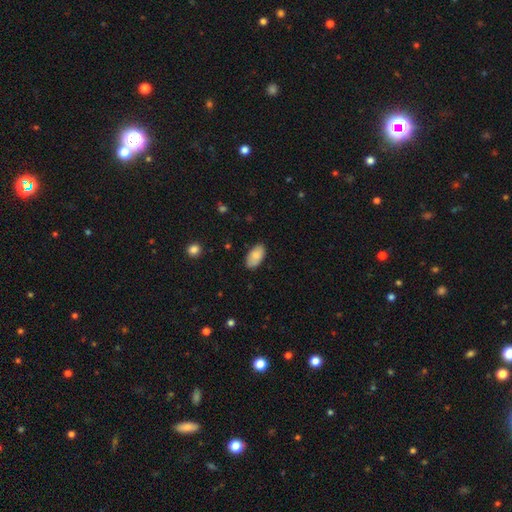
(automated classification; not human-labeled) Smooth or featured?
  - smooth: 83% *
  - featured or disk: 11%
  - star or artifact: 7%
How rounded?
  - in between: 95% *
  - round: 3%
  - cigar-shaped: 2%
Merging?
  - none: 83% *
  - minor disturbance: 14%
  - major disturbance: 2%
  - merger: 1%